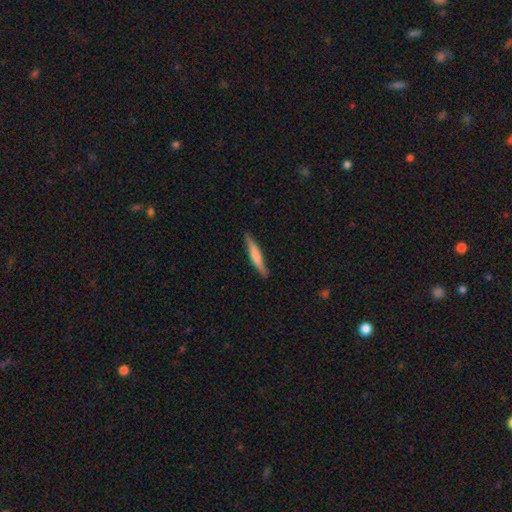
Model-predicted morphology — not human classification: This appears to be a smooth galaxy with no disk features (60%) that is cigar-shaped (93%). Merging: none (84%).